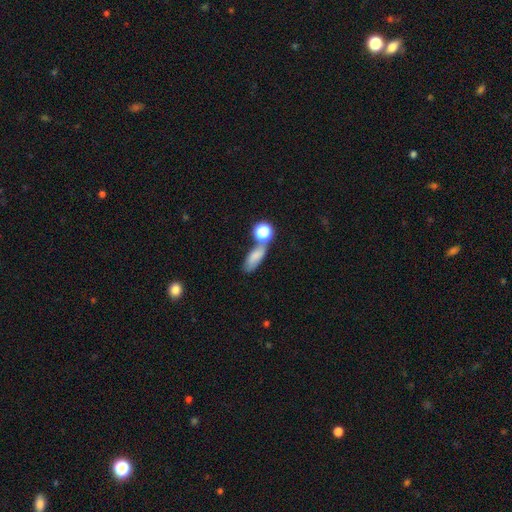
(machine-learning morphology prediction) Smooth or featured: smooth — 75% (star or artifact — 13%)
How rounded: in between — 67% (cigar-shaped — 21%)
Merging: none — 49% (merger — 28%)